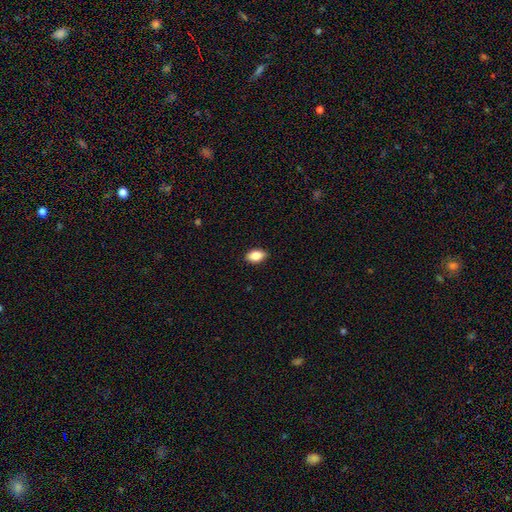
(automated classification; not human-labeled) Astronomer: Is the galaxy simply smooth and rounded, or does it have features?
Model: smooth — 84%.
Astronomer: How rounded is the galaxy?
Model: in between — 90%.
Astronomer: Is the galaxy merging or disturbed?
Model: none — 88%.